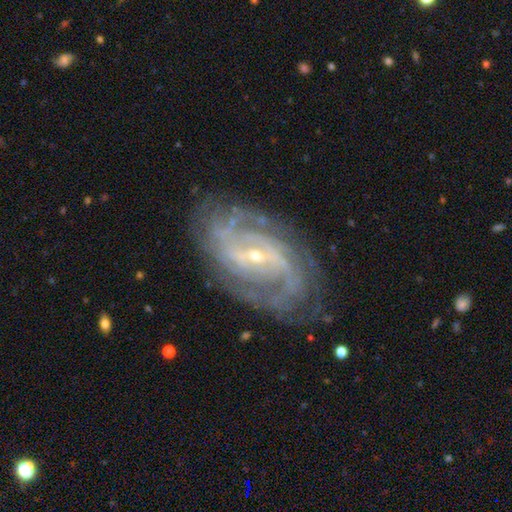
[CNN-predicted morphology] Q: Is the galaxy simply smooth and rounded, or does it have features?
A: featured or disk — 89%.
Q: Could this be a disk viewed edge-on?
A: no — 96%.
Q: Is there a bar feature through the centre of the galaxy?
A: weak — 43%.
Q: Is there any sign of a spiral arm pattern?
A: yes — 96%.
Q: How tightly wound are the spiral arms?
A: medium — 43%.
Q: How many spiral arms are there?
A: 2 — 44%.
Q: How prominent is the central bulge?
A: small — 78%.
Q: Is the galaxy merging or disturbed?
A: none — 75%.